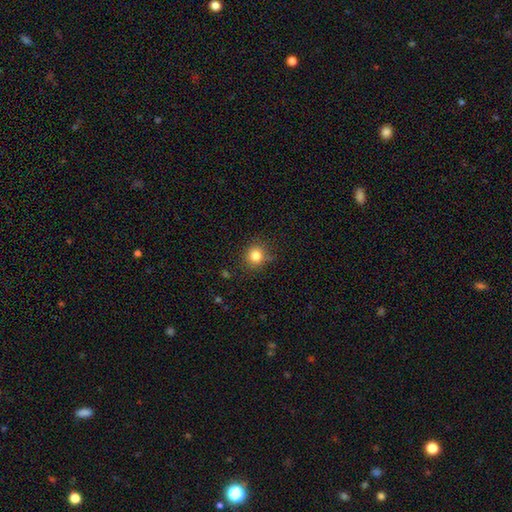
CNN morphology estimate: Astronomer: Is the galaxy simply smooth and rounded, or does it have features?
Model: smooth — 83%.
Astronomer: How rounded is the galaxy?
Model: round — 88%.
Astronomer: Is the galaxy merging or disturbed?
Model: none — 82%.